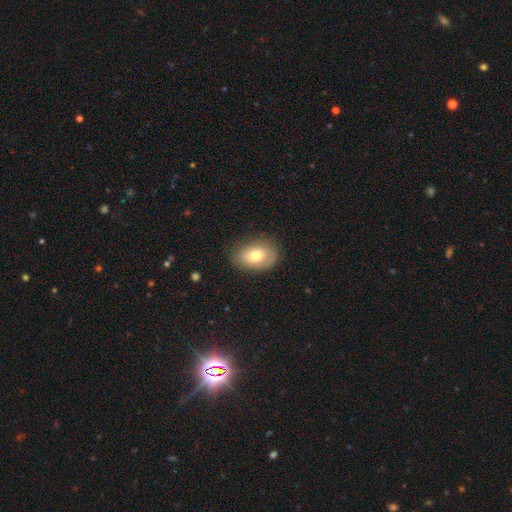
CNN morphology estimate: This appears to be a smooth galaxy with no disk features (69%) that is in between round and cigar-shaped (80%). Merging: none (77%).